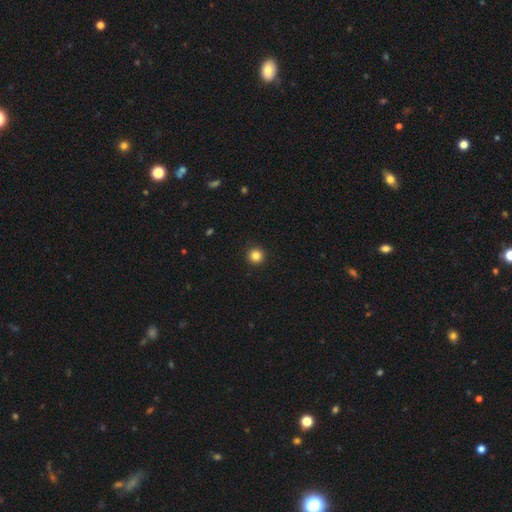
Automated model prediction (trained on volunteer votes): Smooth or featured: smooth — 84% (star or artifact — 12%)
How rounded: round — 96% (in between — 3%)
Merging: none — 93% (minor disturbance — 5%)